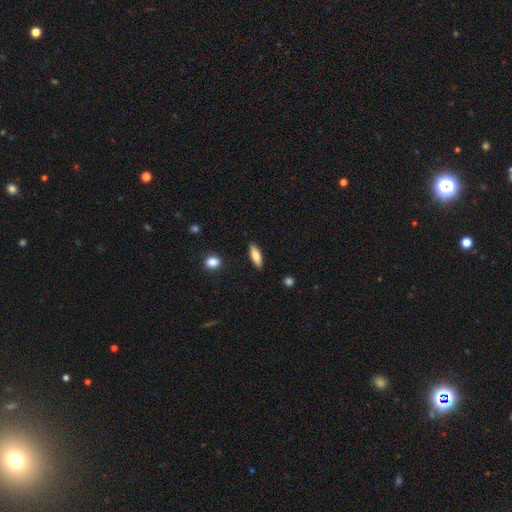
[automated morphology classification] smooth-or-featured: smooth: 79% | featured or disk: 15% | star or artifact: 6%
  how-rounded: in between: 55% | cigar-shaped: 43% | round: 2%
  merging: none: 87% | minor disturbance: 9% | major disturbance: 2% | merger: 1%